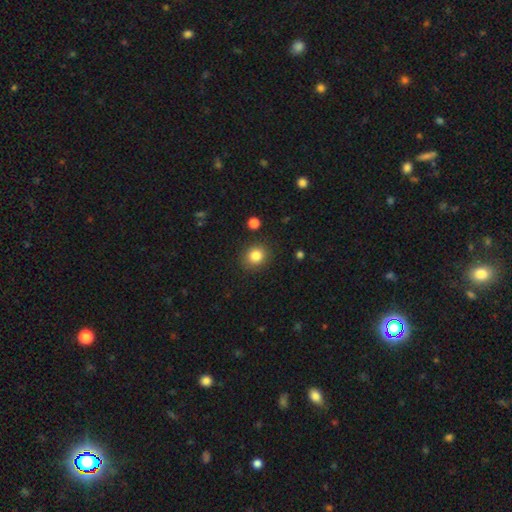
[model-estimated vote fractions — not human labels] Morphology: type=smooth (84%); roundness=round (78%); merging=none (87%).